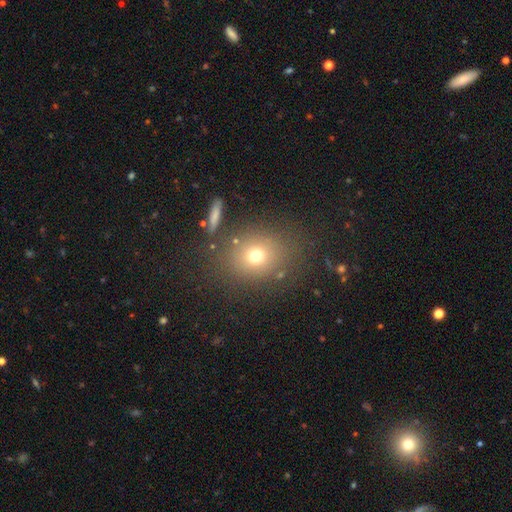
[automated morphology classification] smooth_or_featured: smooth (p=0.70) [alt: star or artifact p=0.17]
how_rounded: round (p=0.61) [alt: in between p=0.38]
merging: none (p=0.77) [alt: minor disturbance p=0.11]